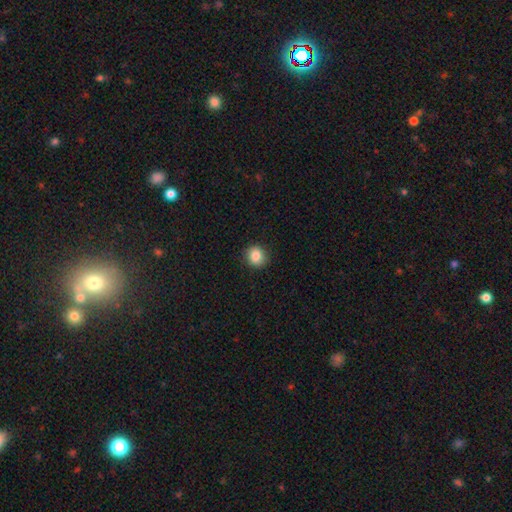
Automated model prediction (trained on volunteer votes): Q: Smooth or featured?
A: smooth (86%); runner-up: star or artifact (9%)
Q: How rounded?
A: round (83%); runner-up: in between (16%)
Q: Merging?
A: none (89%); runner-up: minor disturbance (8%)